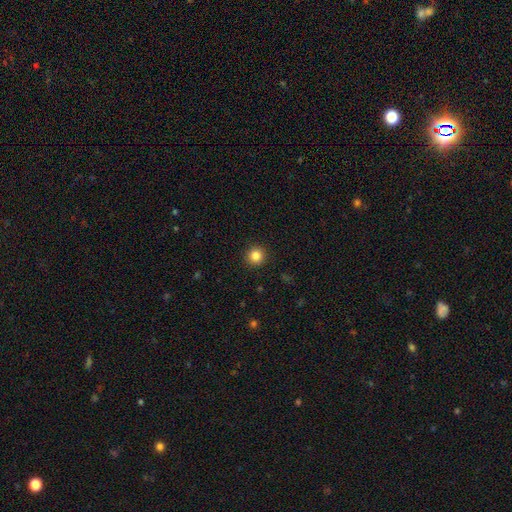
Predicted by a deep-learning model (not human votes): A smooth galaxy with no disk features (84%) that is round (95%). Merging: none (93%).